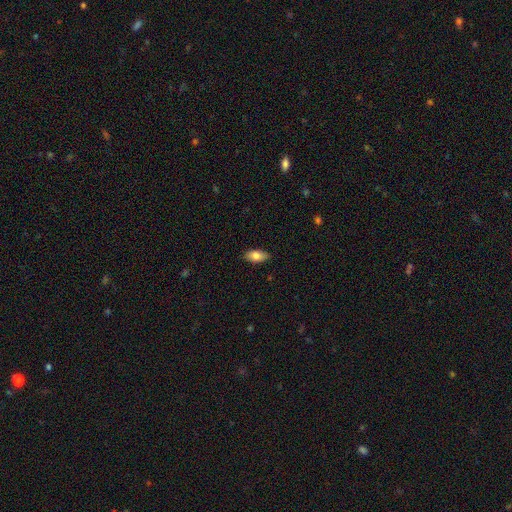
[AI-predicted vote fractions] This appears to be a smooth galaxy with no disk features (82%) that is in between round and cigar-shaped (90%). Merging: none (86%).